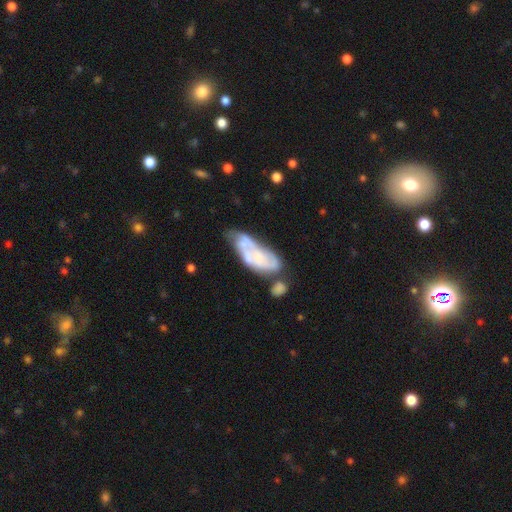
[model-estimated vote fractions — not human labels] Overall: featured or disk (57%; smooth 36%). Edge-on disk: no (91%). Bar: no (75%). Spiral arms: no (50%, tied with yes). Bulge size: none (37%; small 36%). Merging: none (28%; merger 27%).